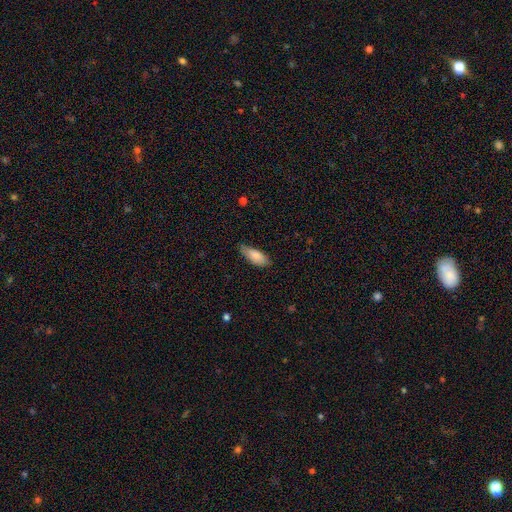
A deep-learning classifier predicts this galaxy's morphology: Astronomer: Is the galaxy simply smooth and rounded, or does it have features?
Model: smooth — 83%.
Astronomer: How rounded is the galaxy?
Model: in between — 76%.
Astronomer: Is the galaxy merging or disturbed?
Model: none — 74%.